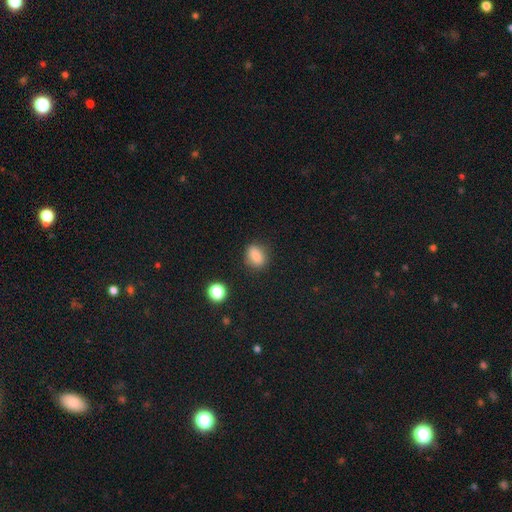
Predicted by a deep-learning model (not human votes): Overall: smooth (83%). How rounded: in between (61%; round 36%). Merging: none (82%).